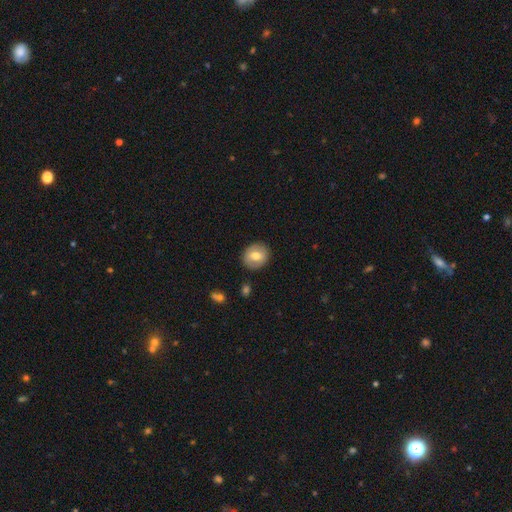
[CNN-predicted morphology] A smooth galaxy with no disk features (69%) that is round (78%). Merging: none (88%).